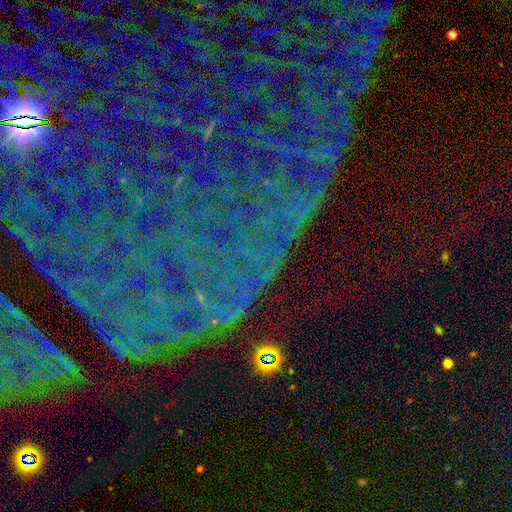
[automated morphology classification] type=star or artifact (83%).